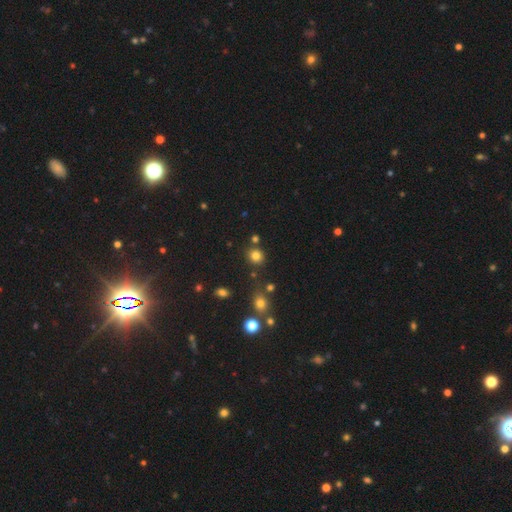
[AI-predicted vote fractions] Smooth or featured?
  - smooth: 80% *
  - star or artifact: 14%
  - featured or disk: 6%
How rounded?
  - round: 80% *
  - in between: 19%
  - cigar-shaped: 1%
Merging?
  - none: 79% *
  - minor disturbance: 10%
  - merger: 8%
  - major disturbance: 3%